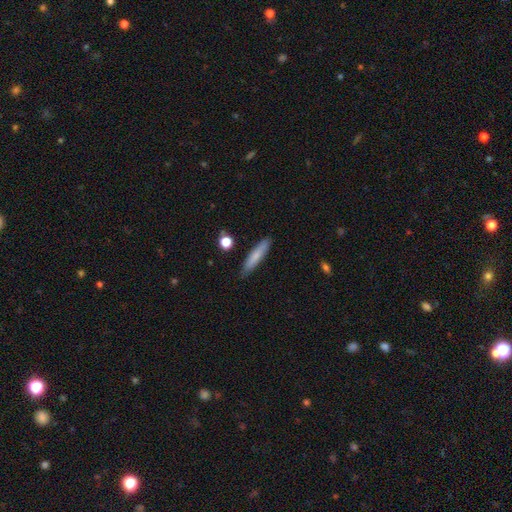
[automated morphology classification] smooth 75%, featured or disk 18%, star or artifact 7%. Down the decision tree: how rounded — cigar-shaped (87%); merging — none (86%).